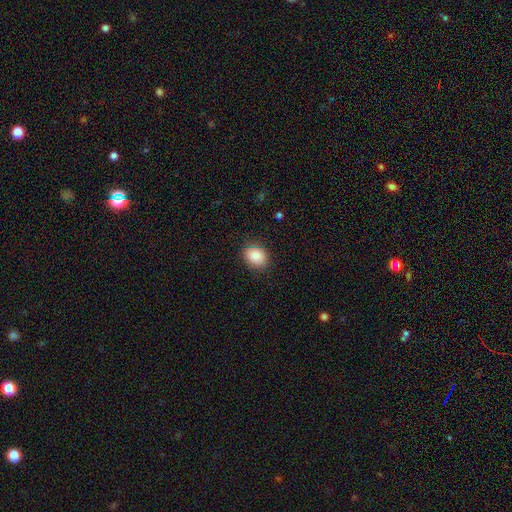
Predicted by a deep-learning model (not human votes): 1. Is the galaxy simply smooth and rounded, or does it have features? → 88% smooth, 8% star or artifact, 5% featured or disk.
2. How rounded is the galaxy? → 61% in between, 38% round, 1% cigar-shaped.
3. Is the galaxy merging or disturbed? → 86% none, 10% minor disturbance, 3% major disturbance, 1% merger.